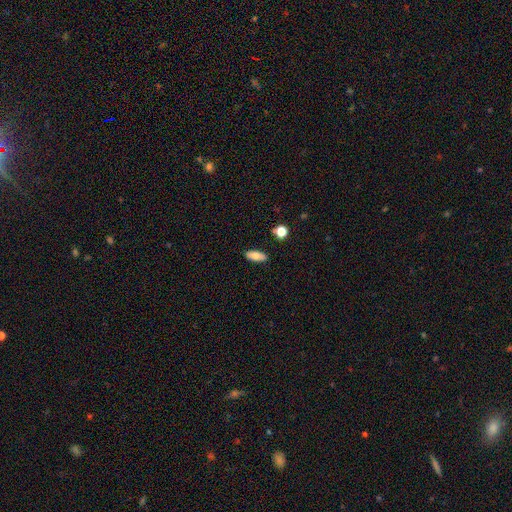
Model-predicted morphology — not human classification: type=smooth (80%); roundness=in between (81%); merging=none (87%).